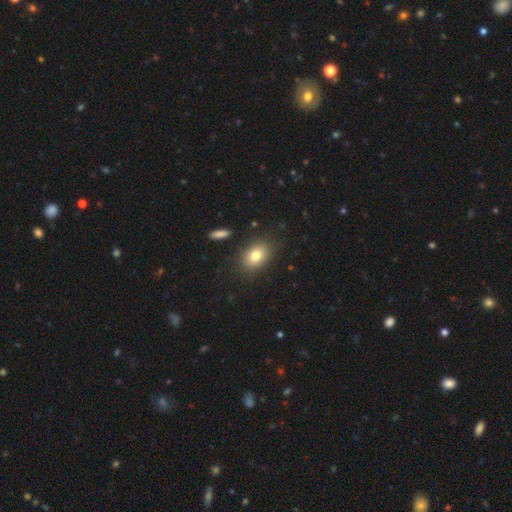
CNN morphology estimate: A smooth galaxy with no disk features (79%) that is in between round and cigar-shaped (75%).

Vote fractions:
- Smooth or featured? smooth: 79% / featured or disk: 12% / star or artifact: 9%
- How rounded? in between: 75% / round: 23% / cigar-shaped: 1%
- Merging? none: 84% / minor disturbance: 10% / major disturbance: 3% / merger: 2%